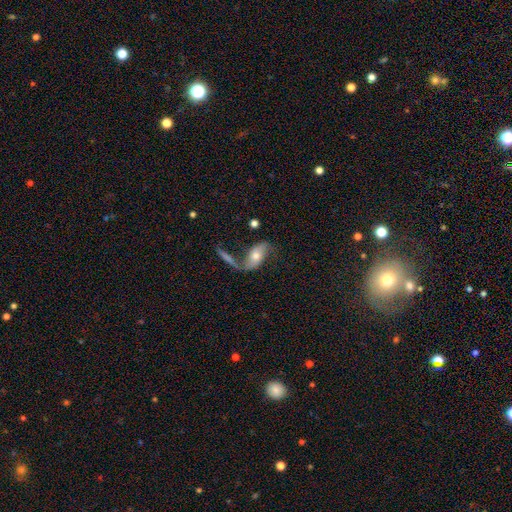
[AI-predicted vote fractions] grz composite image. It shows a featured or disk galaxy (62%) with no bar (69%), spiral arms (81%) and a moderate central bulge (62%). Merging: none (43%).